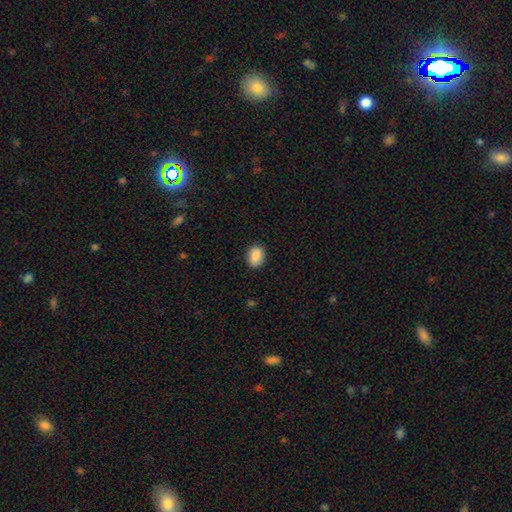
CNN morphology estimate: A smooth galaxy with no disk features (89%) that is in between round and cigar-shaped (65%).

Vote fractions:
- Smooth or featured? smooth: 89% / star or artifact: 8% / featured or disk: 3%
- How rounded? in between: 65% / round: 33% / cigar-shaped: 1%
- Merging? none: 87% / minor disturbance: 10% / major disturbance: 2% / merger: 1%